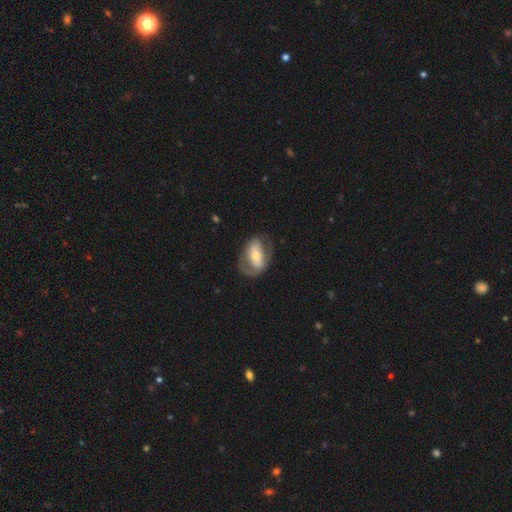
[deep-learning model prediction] Q: Smooth or featured?
A: featured or disk (59%); runner-up: smooth (36%)
Q: Edge-on disk?
A: no (92%); runner-up: yes (8%)
Q: Bar?
A: strong (39%); runner-up: no (36%)
Q: Spiral arms?
A: no (52%); runner-up: yes (48%)
Q: Bulge size?
A: moderate (53%); runner-up: small (35%)
Q: Merging?
A: none (61%); runner-up: minor disturbance (21%)